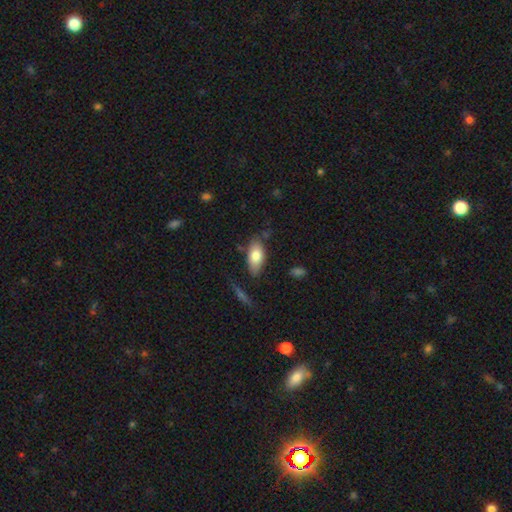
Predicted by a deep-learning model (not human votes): A smooth galaxy with no disk features (79%) that is in between round and cigar-shaped (88%).

Vote fractions:
- Smooth or featured? smooth: 79% / featured or disk: 15% / star or artifact: 7%
- How rounded? in between: 88% / cigar-shaped: 8% / round: 3%
- Merging? none: 74% / minor disturbance: 18% / major disturbance: 4% / merger: 4%